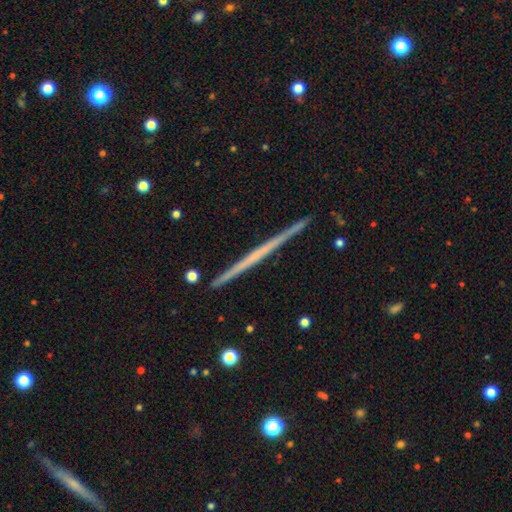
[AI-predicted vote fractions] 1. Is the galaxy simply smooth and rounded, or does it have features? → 71% featured or disk, 23% smooth, 6% star or artifact.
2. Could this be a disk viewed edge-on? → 99% yes, 1% no.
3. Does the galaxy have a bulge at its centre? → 86% none, 10% rounded, 4% boxy.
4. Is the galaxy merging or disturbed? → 92% none, 5% minor disturbance, 1% merger, 1% major disturbance.